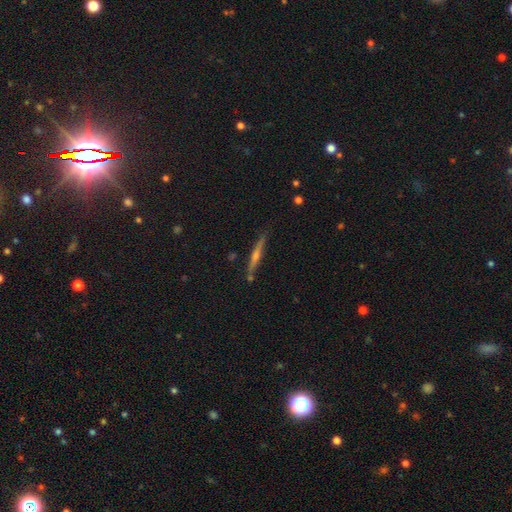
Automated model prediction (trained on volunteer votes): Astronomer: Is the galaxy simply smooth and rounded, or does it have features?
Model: featured or disk — 70%.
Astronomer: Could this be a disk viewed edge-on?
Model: yes — 98%.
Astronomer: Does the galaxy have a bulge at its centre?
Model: rounded — 78%.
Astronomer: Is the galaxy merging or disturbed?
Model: none — 85%.